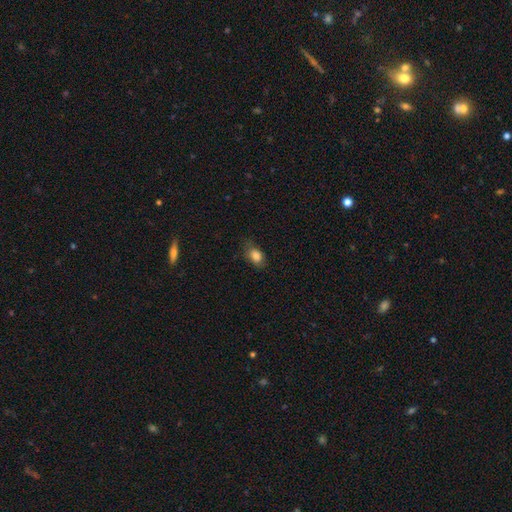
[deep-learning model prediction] Overall: smooth (83%). How rounded: in between (83%). Merging: none (68%).